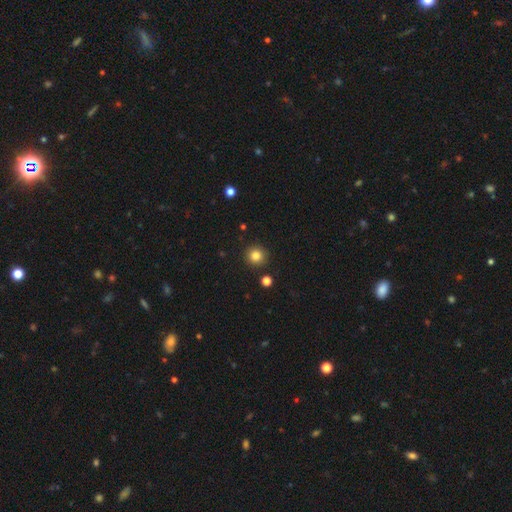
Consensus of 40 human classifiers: Smooth or featured: smooth — 85% (star or artifact — 10%)
How rounded: round — 97% (in between — 3%)
Merging: none — 94% (major disturbance — 6%)